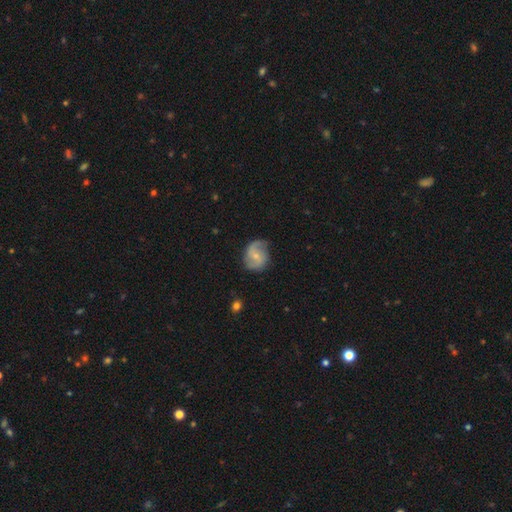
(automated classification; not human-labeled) Smooth or featured?
  - featured or disk: 70% *
  - smooth: 24%
  - star or artifact: 6%
Edge-on disk?
  - no: 97% *
  - yes: 3%
Bar?
  - no: 45% *
  - weak: 44%
  - strong: 11%
Spiral arms?
  - yes: 91% *
  - no: 9%
Spiral winding?
  - medium: 44% *
  - loose: 38%
  - tight: 18%
Spiral arm count?
  - 2: 83% *
  - can't tell: 7%
  - 1: 6%
  - 3: 2%
  - 4: 1%
  - more than 4: 1%
Bulge size?
  - small: 61% *
  - moderate: 33%
  - none: 4%
  - large: 1%
  - dominant: 1%
Merging?
  - none: 67% *
  - minor disturbance: 23%
  - major disturbance: 9%
  - merger: 1%